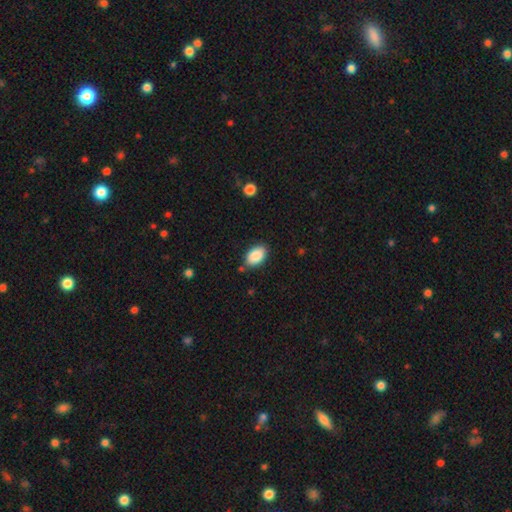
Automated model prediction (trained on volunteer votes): smooth_or_featured: smooth (p=0.89) [alt: star or artifact p=0.07]
how_rounded: in between (p=0.91) [alt: round p=0.07]
merging: none (p=0.82) [alt: minor disturbance p=0.13]